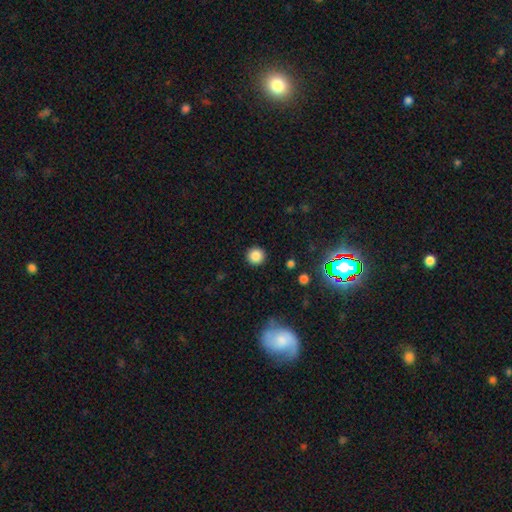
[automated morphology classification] A smooth galaxy with no disk features (84%) that is round (95%).

Vote fractions:
- Smooth or featured? smooth: 84% / star or artifact: 12% / featured or disk: 4%
- How rounded? round: 95% / in between: 4% / cigar-shaped: 1%
- Merging? none: 92% / minor disturbance: 5% / major disturbance: 2% / merger: 1%